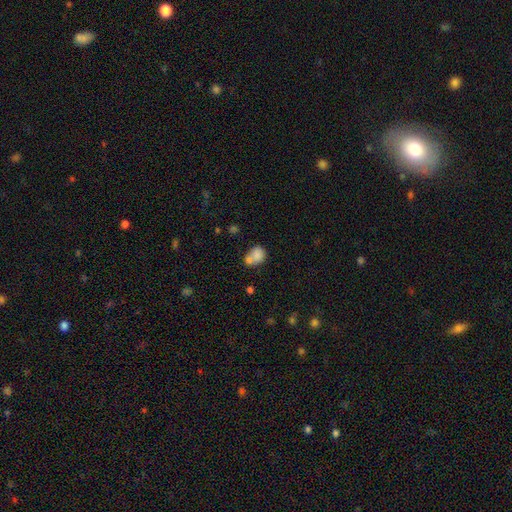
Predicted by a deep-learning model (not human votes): smooth_or_featured: smooth (p=0.80) [alt: featured or disk p=0.11]
how_rounded: round (p=0.57) [alt: in between p=0.42]
merging: merger (p=0.50) [alt: none p=0.33]